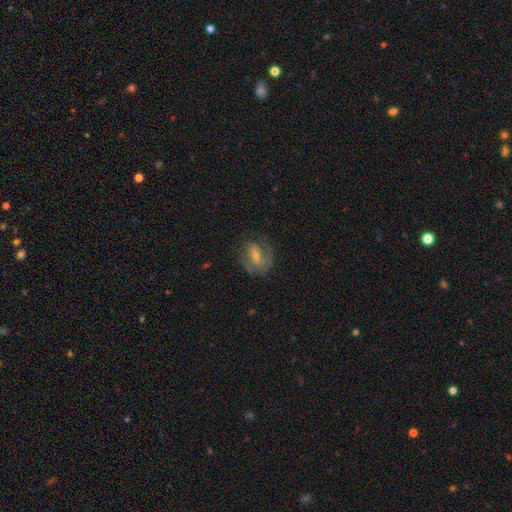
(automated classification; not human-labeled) Smooth or featured? featured or disk (71%)
Edge-on disk? no (96%)
Bar? weak (46%)
Spiral arms? yes (86%)
Spiral winding? medium (45%)
Spiral arm count? 2 (57%)
Bulge size? small (52%)
Merging? none (61%)